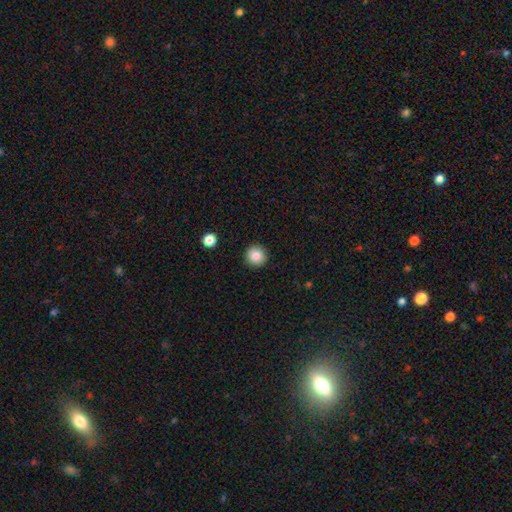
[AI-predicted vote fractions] Overall: smooth (86%). How rounded: round (95%). Merging: none (92%).